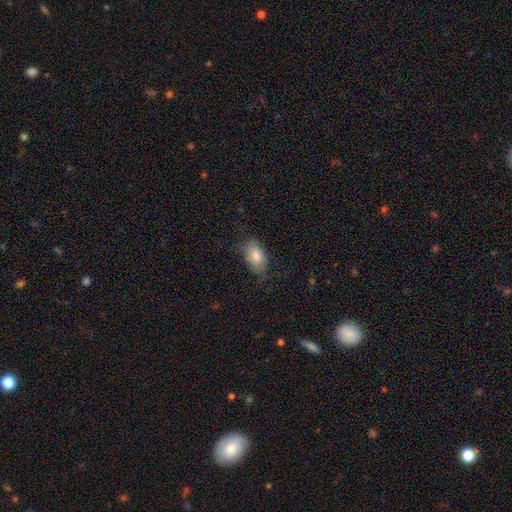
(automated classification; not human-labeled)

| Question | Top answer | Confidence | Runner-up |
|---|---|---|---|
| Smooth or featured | smooth | 82% | featured or disk (11%) |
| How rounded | in between | 90% | round (7%) |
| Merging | none | 68% | minor disturbance (23%) |